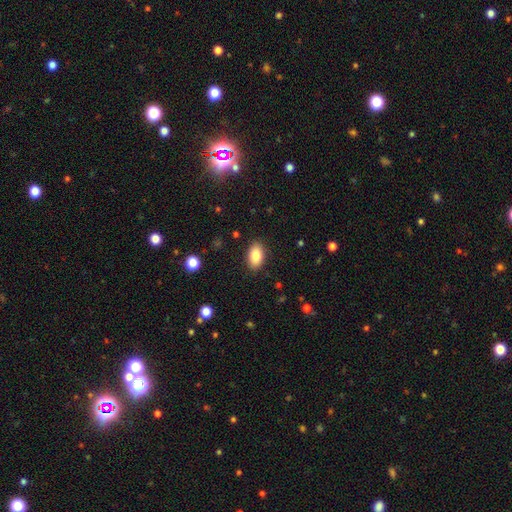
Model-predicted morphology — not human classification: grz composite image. It shows a smooth galaxy with no disk features (85%) that is in between round and cigar-shaped (92%). Merging: none (88%).